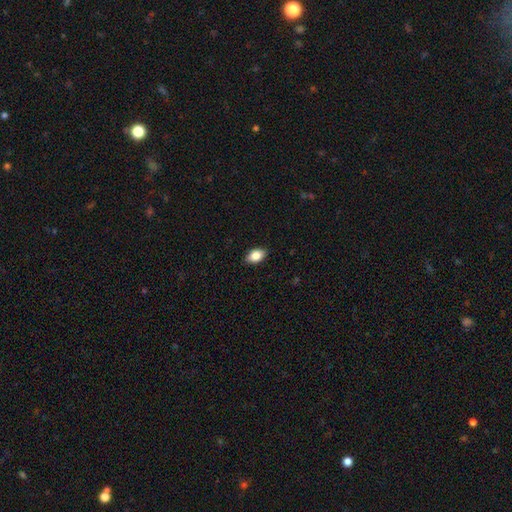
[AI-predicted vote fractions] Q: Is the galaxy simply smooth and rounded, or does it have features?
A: smooth — 85%.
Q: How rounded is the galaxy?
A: in between — 90%.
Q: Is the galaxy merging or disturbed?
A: none — 88%.